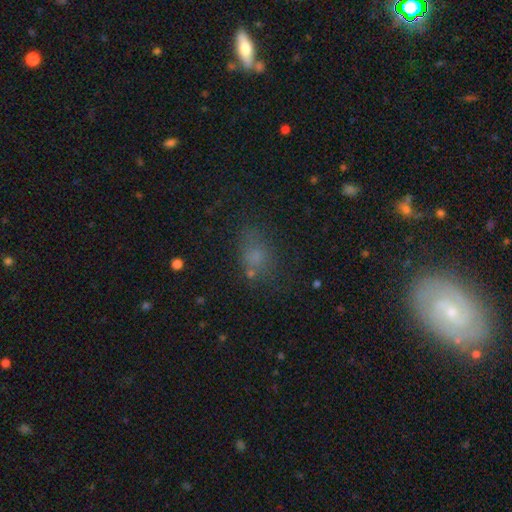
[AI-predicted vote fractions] A smooth galaxy with no disk features (66%) that is in between round and cigar-shaped (69%).

Vote fractions:
- Smooth or featured? smooth: 66% / star or artifact: 22% / featured or disk: 12%
- How rounded? in between: 69% / round: 28% / cigar-shaped: 3%
- Merging? none: 62% / minor disturbance: 20% / major disturbance: 11% / merger: 6%